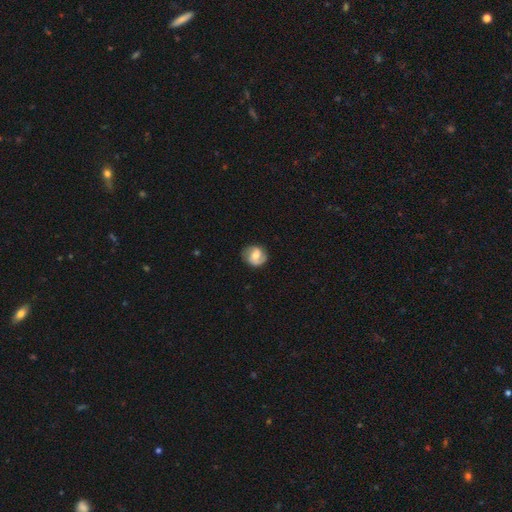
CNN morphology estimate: A featured or disk galaxy (58%) with a weak bar (49%), spiral arms (86%) and a moderate central bulge (57%). Merging: none (79%).